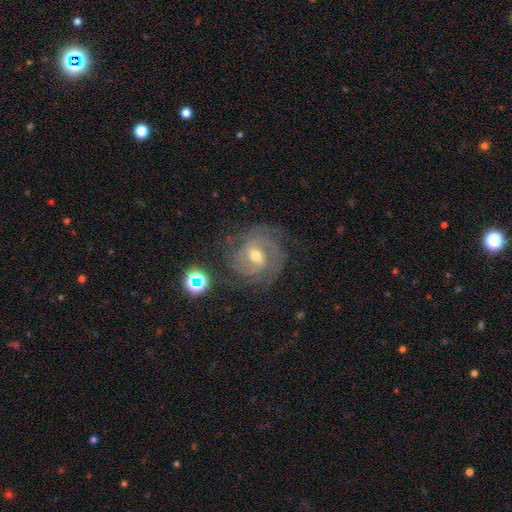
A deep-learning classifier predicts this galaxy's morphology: Smooth or featured? Predicted: featured or disk (p=0.88). Edge-on disk? Predicted: no (p=0.98). Bar? Predicted: weak (p=0.54). Spiral arms? Predicted: yes (p=0.97). Spiral winding? Predicted: tight (p=0.58). Spiral arm count? Predicted: 3 (p=0.31). Bulge size? Predicted: moderate (p=0.65). Merging? Predicted: none (p=0.74).